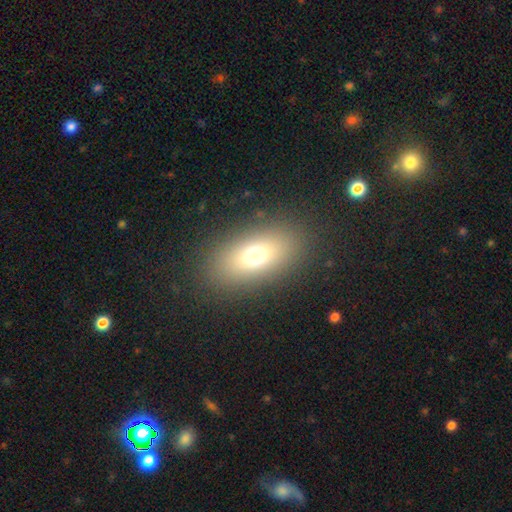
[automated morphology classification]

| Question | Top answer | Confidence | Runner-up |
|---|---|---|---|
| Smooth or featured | smooth | 71% | featured or disk (16%) |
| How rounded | in between | 84% | round (10%) |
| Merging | none | 86% | minor disturbance (8%) |